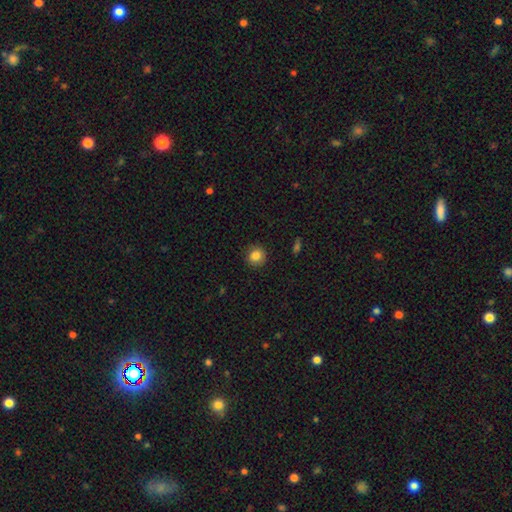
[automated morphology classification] smooth_or_featured: smooth (p=0.85) [alt: star or artifact p=0.10]
how_rounded: round (p=0.90) [alt: in between p=0.09]
merging: none (p=0.90) [alt: minor disturbance p=0.07]